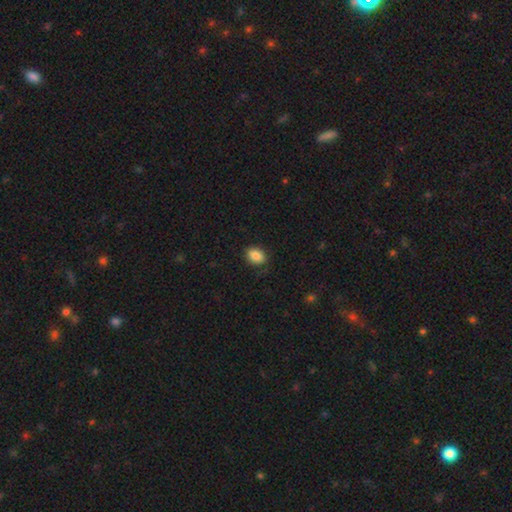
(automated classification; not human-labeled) This appears to be a smooth galaxy with no disk features (88%) that is in between round and cigar-shaped (75%). Merging: none (84%).